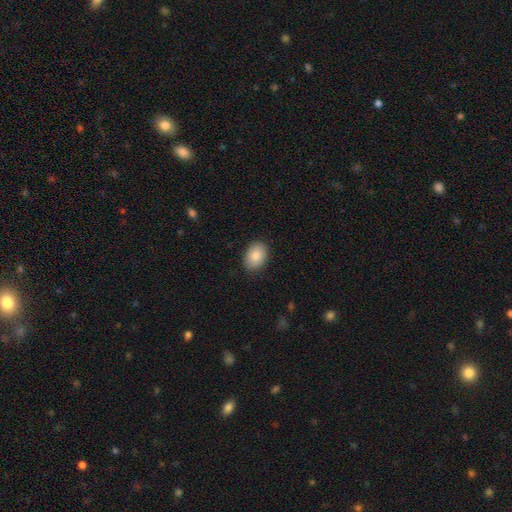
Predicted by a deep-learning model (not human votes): smooth 85%, featured or disk 8%, star or artifact 7%. Down the decision tree: how rounded — in between (77%); merging — none (88%).